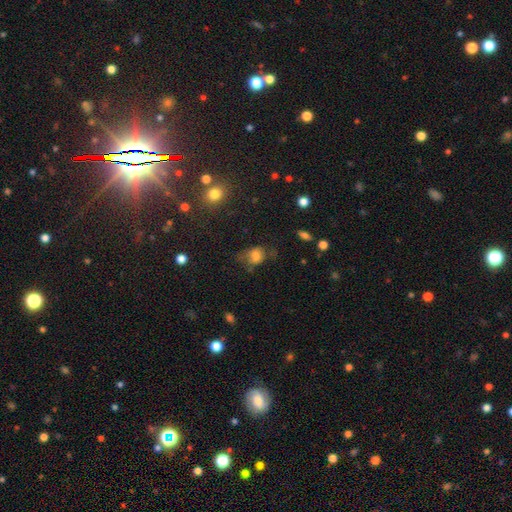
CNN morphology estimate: smooth 68%, featured or disk 17%, star or artifact 15%. Down the decision tree: how rounded — in between (53%); merging — none (45%).